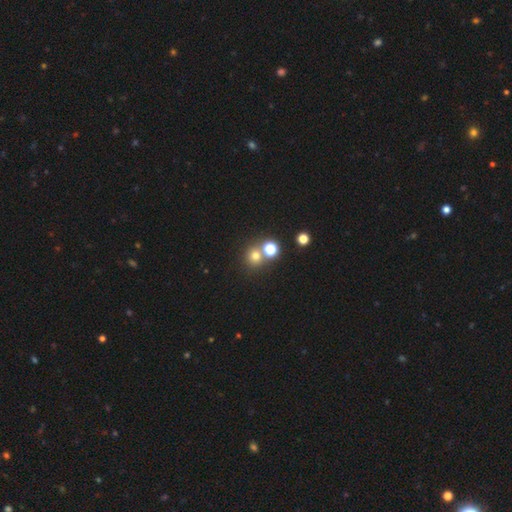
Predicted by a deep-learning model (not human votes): This is likely a smooth galaxy (70%). How rounded: clearly round (89%). Merging: likely none (65%).